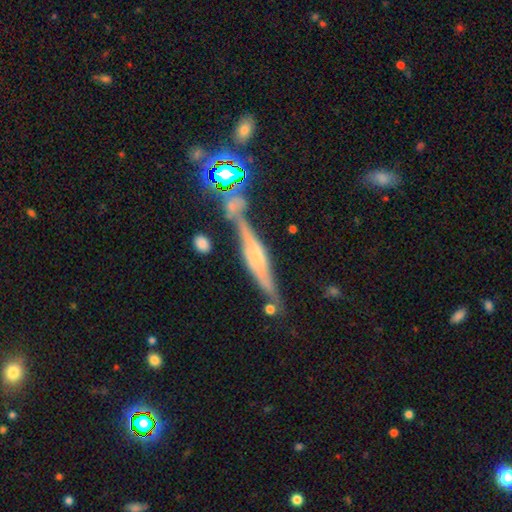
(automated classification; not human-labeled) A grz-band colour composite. It shows a featured or disk galaxy (71%) viewed edge-on (94%) with a rounded central bulge (53%). Merging: none (70%).